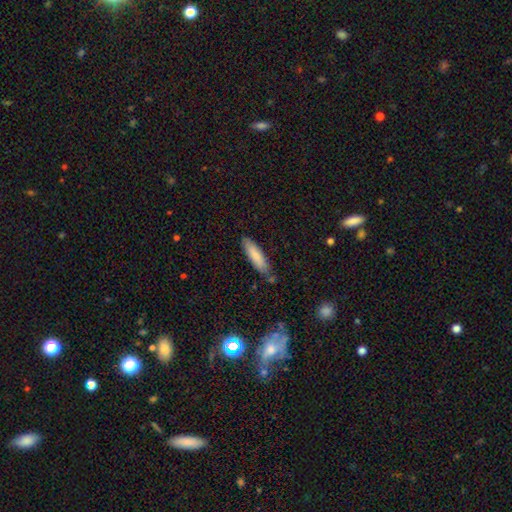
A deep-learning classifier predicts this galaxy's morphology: This appears to be a smooth galaxy with no disk features (81%) that is cigar-shaped (65%). Merging: none (81%).